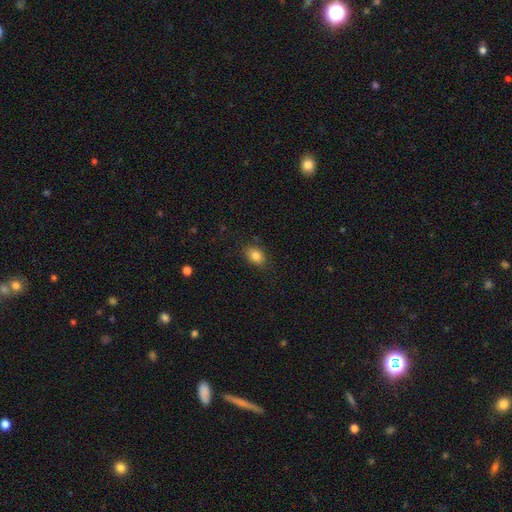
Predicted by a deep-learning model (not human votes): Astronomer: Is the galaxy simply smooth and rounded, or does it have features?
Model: smooth — 84%.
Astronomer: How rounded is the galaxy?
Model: in between — 77%.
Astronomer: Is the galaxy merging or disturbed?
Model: none — 82%.